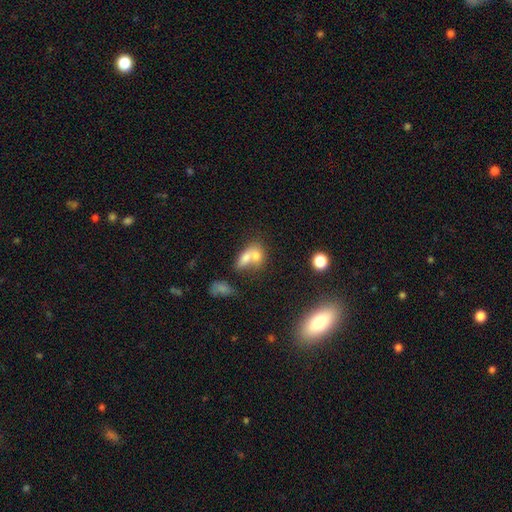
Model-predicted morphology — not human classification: This is likely a smooth galaxy (70%). How rounded: likely in between (67%). Merging: likely merger (67%).